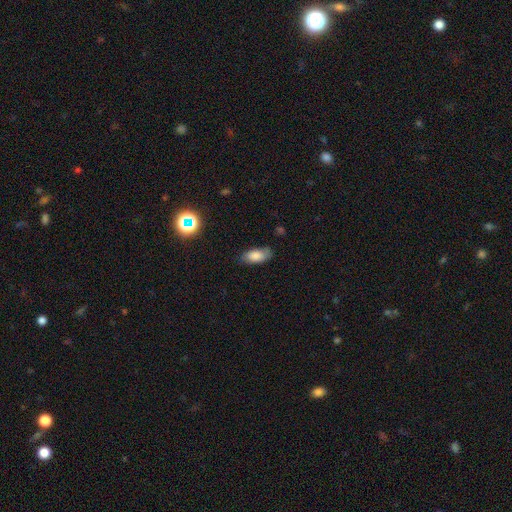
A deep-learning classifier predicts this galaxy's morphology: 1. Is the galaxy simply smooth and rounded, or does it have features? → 81% smooth, 11% featured or disk, 8% star or artifact.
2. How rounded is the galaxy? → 90% in between, 7% cigar-shaped, 3% round.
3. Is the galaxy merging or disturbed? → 73% none, 21% minor disturbance, 4% major disturbance, 2% merger.